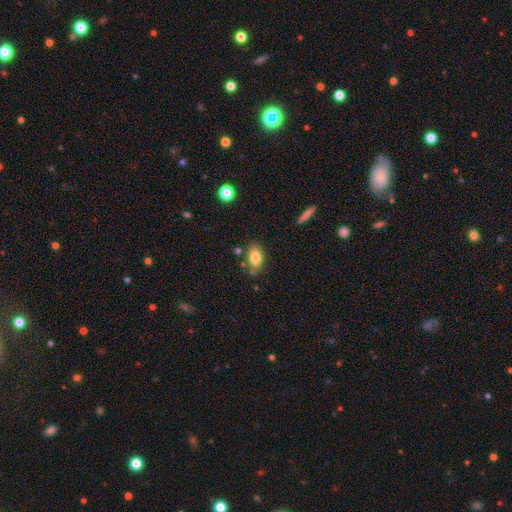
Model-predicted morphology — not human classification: This is clearly a smooth galaxy (82%). How rounded: clearly in between (87%). Merging: likely none (76%).